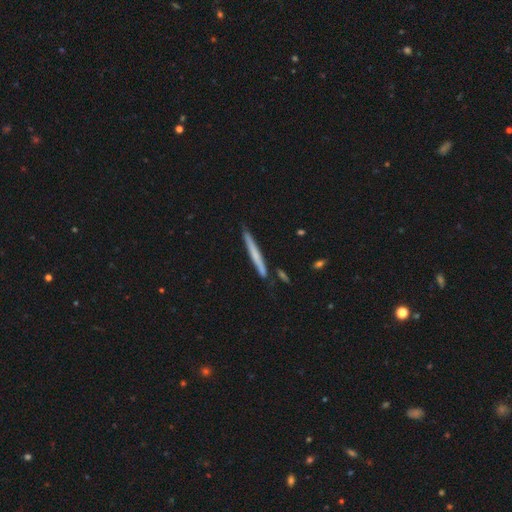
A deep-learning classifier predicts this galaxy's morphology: Smooth or featured? Predicted: smooth (p=0.54). How rounded? Predicted: cigar-shaped (p=0.97). Merging? Predicted: none (p=0.83).